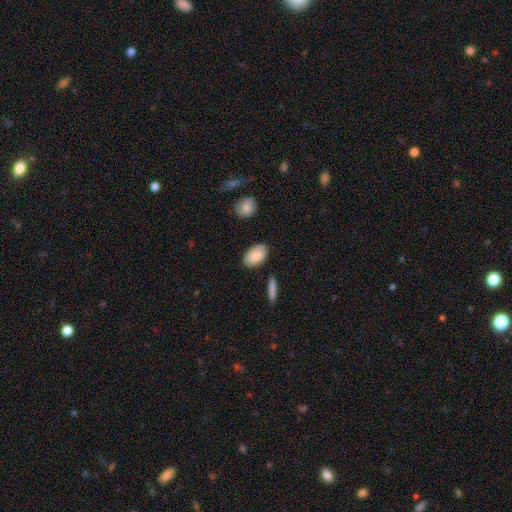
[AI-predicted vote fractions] The model was most divided on "merging": none: 80%, minor disturbance: 15%, merger: 3%, major disturbance: 3%. More confident: how rounded — in between (93%); smooth or featured — smooth (84%).